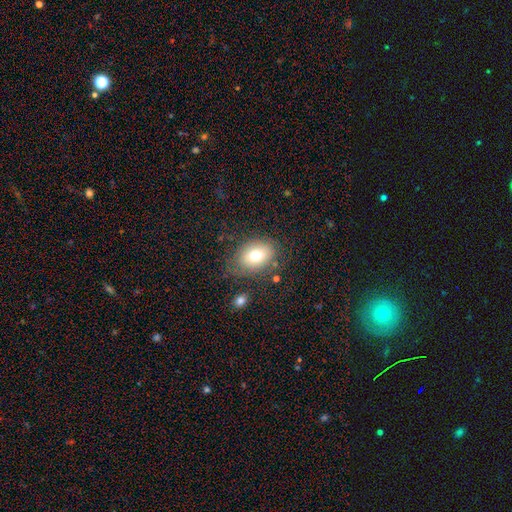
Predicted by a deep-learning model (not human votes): Morphology: type=smooth (74%); roundness=in between (71%); merging=none (72%).